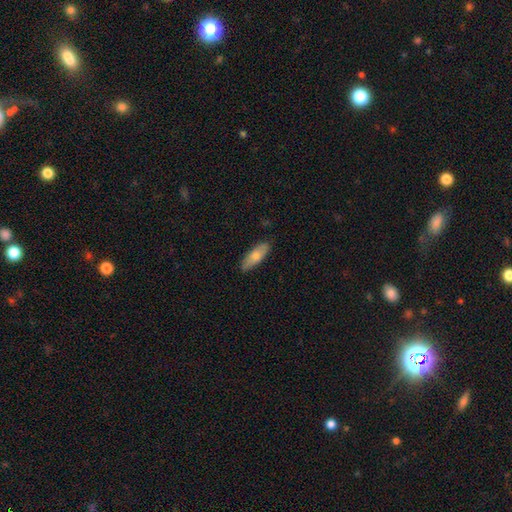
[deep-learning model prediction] The model was most divided on "how rounded": in between: 62%, cigar-shaped: 36%, round: 2%. More confident: merging — none (85%); smooth or featured — smooth (74%).